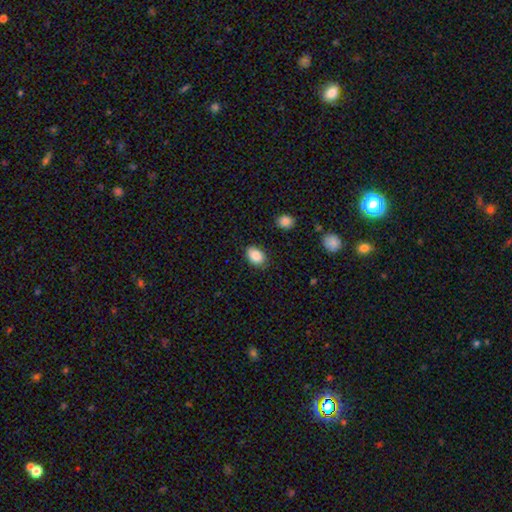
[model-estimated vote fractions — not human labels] A smooth galaxy with no disk features (87%) that is in between round and cigar-shaped (80%). Merging: none (82%).